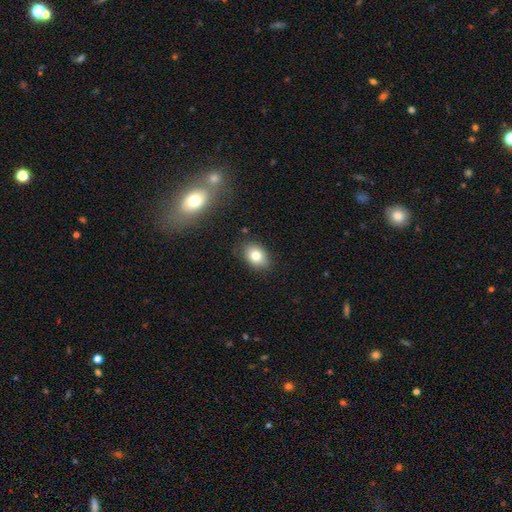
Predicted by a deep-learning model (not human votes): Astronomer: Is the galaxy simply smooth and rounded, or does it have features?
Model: smooth — 79%.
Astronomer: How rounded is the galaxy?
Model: in between — 72%.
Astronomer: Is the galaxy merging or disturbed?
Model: none — 84%.